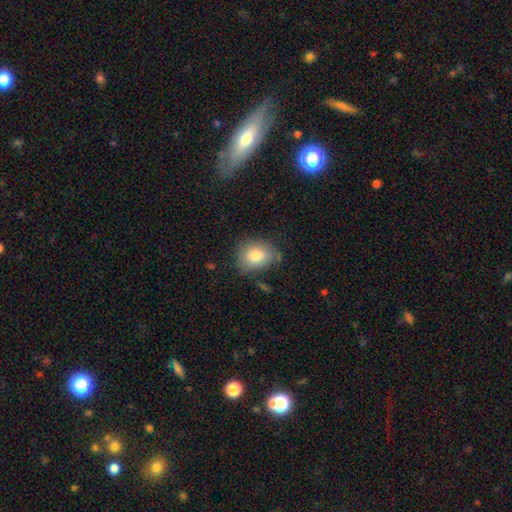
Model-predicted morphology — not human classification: Smooth or featured: smooth — 82% (featured or disk — 9%)
How rounded: in between — 57% (round — 42%)
Merging: none — 72% (minor disturbance — 20%)